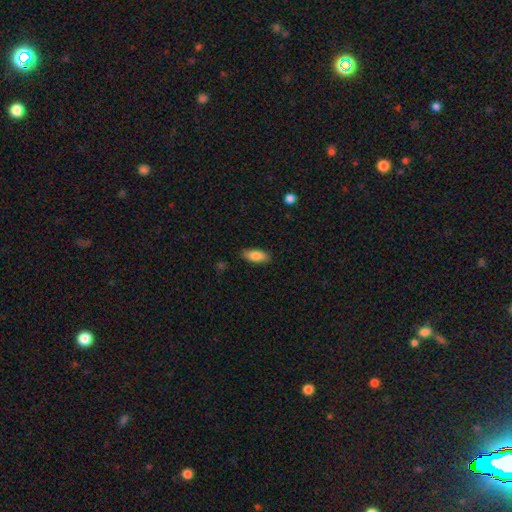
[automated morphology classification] smooth 85%, featured or disk 9%, star or artifact 7%. Down the decision tree: how rounded — in between (79%); merging — none (87%).